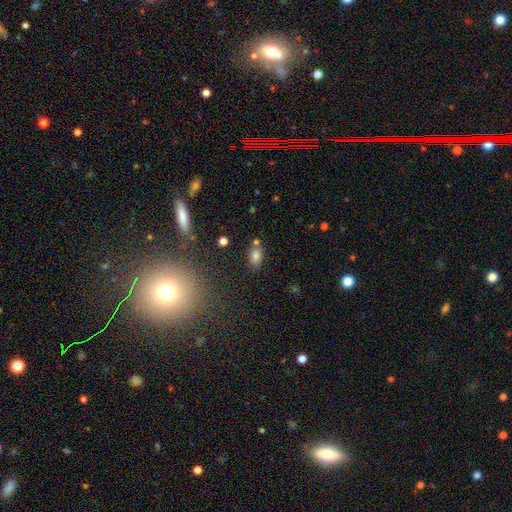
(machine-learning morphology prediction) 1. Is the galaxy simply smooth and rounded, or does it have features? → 80% smooth, 11% star or artifact, 9% featured or disk.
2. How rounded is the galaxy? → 84% in between, 13% round, 2% cigar-shaped.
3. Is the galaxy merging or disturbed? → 68% none, 14% merger, 14% minor disturbance, 4% major disturbance.